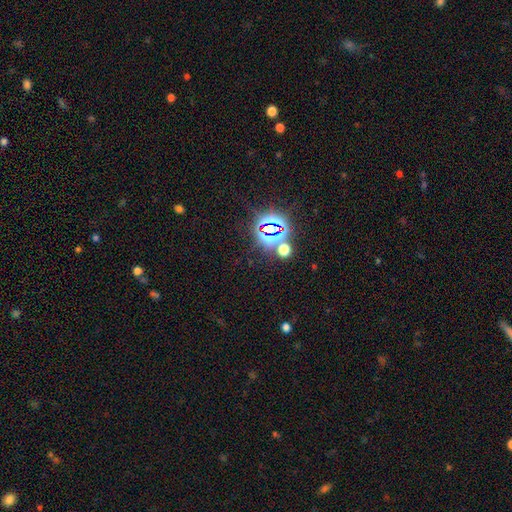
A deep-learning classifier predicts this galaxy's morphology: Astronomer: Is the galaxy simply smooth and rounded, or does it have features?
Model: star or artifact — 82%.